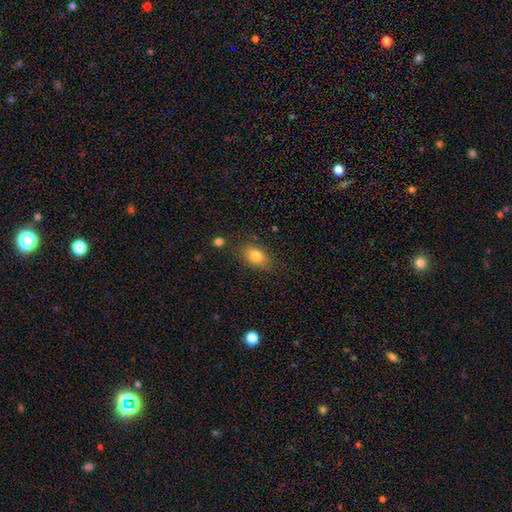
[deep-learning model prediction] Smooth or featured? Predicted: smooth (p=0.81). How rounded? Predicted: in between (p=0.85). Merging? Predicted: none (p=0.79).